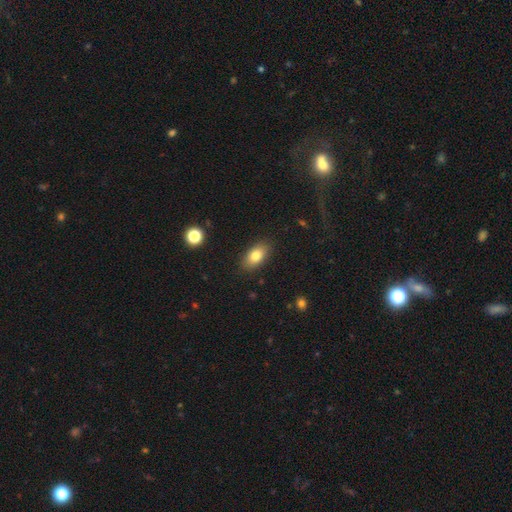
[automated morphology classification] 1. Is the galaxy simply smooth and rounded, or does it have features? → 80% smooth, 12% featured or disk, 8% star or artifact.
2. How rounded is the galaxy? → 90% in between, 7% round, 4% cigar-shaped.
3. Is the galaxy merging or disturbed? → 87% none, 9% minor disturbance, 2% major disturbance, 1% merger.